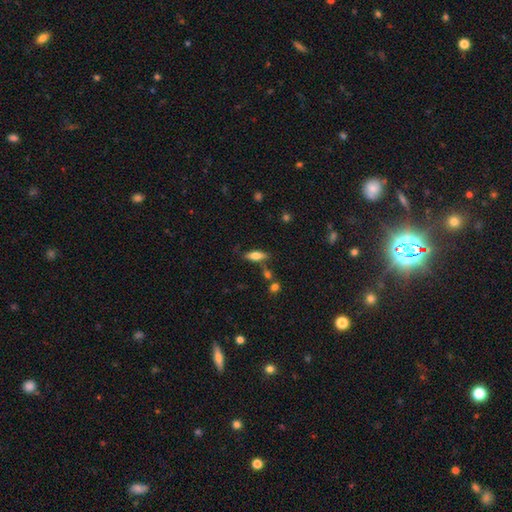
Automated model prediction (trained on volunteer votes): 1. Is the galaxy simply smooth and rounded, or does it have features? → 58% smooth, 34% featured or disk, 8% star or artifact.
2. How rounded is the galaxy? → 57% in between, 40% cigar-shaped, 3% round.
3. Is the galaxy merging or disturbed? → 72% none, 16% minor disturbance, 8% merger, 5% major disturbance.